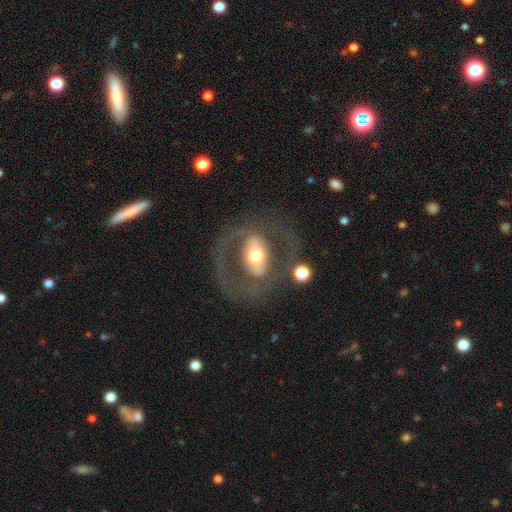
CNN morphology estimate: smooth_or_featured: featured or disk (p=0.67) [alt: smooth p=0.26]
disk_edge_on: no (p=0.93) [alt: yes p=0.07]
bar: strong (p=0.37) [tied with: no p=0.37]
has_spiral_arms: no (p=0.58) [alt: yes p=0.42]
bulge_size: moderate (p=0.64) [alt: large p=0.21]
merging: none (p=0.62) [alt: major disturbance p=0.19]